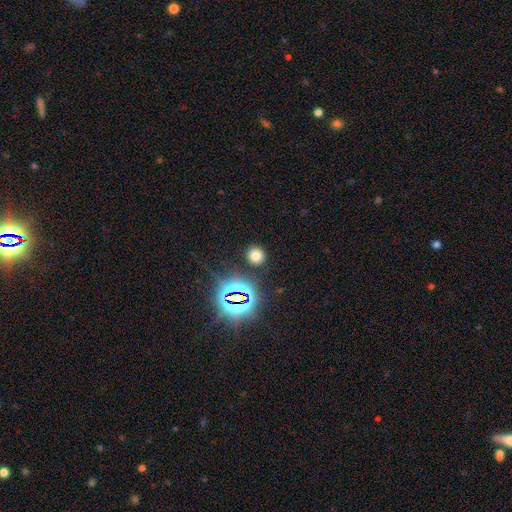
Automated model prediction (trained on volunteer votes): Smooth or featured?
  - smooth: 68% *
  - star or artifact: 25%
  - featured or disk: 7%
How rounded?
  - round: 87% *
  - in between: 12%
  - cigar-shaped: 1%
Merging?
  - none: 89% *
  - minor disturbance: 6%
  - major disturbance: 3%
  - merger: 2%